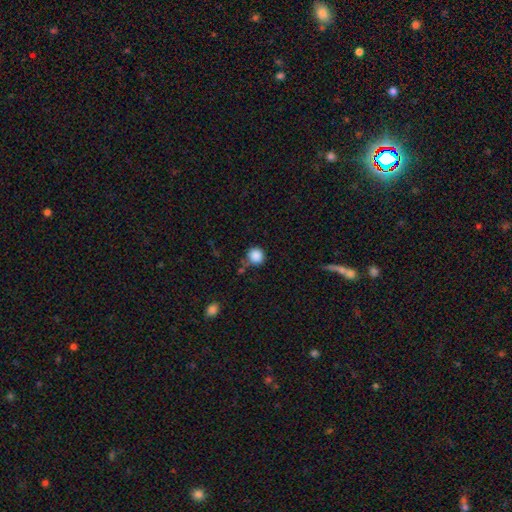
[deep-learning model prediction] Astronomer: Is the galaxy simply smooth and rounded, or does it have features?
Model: smooth — 87%.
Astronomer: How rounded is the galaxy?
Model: round — 92%.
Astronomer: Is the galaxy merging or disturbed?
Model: none — 74%.